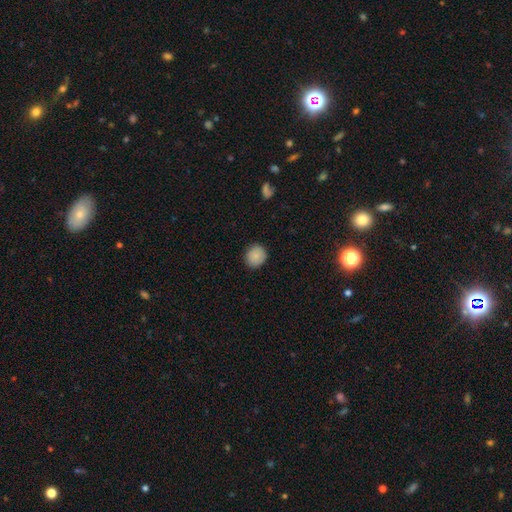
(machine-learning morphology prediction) Q: Smooth or featured?
A: smooth (87%); runner-up: star or artifact (8%)
Q: How rounded?
A: round (80%); runner-up: in between (19%)
Q: Merging?
A: none (88%); runner-up: minor disturbance (9%)